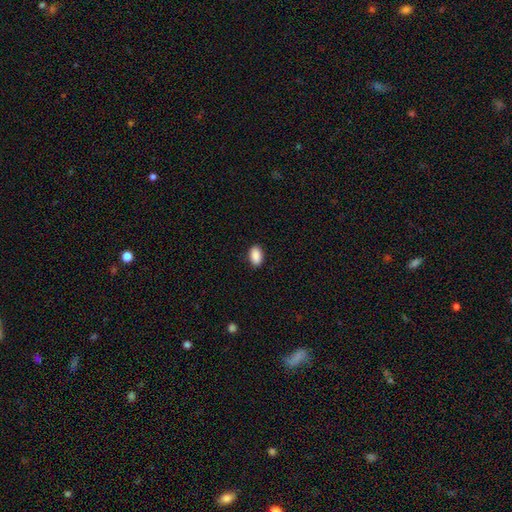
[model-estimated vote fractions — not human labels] A smooth galaxy with no disk features (91%) that is in between round and cigar-shaped (92%).

Vote fractions:
- Smooth or featured? smooth: 91% / star or artifact: 7% / featured or disk: 2%
- How rounded? in between: 92% / round: 7% / cigar-shaped: 2%
- Merging? none: 89% / minor disturbance: 8% / major disturbance: 2% / merger: 1%